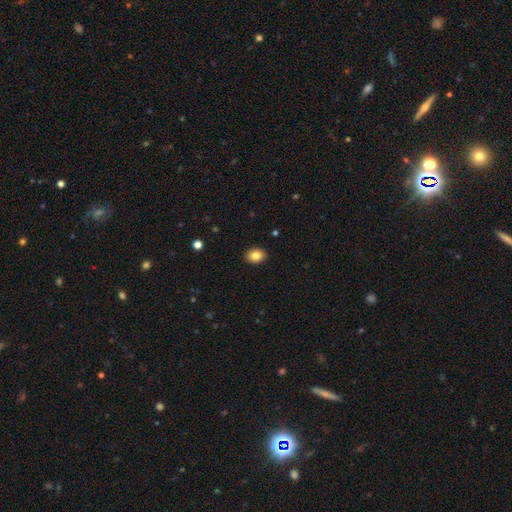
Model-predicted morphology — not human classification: Overall: smooth (84%). How rounded: in between (62%; round 37%). Merging: none (91%).